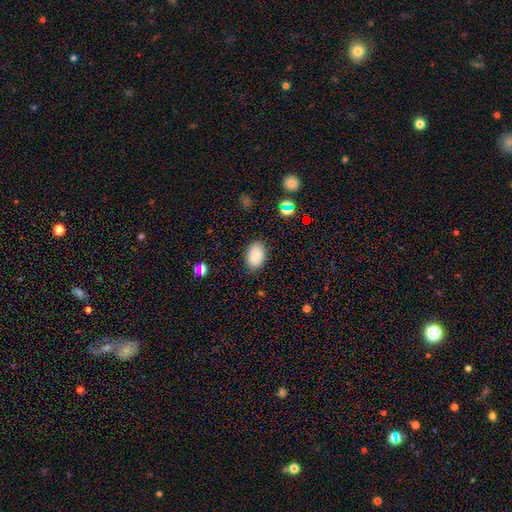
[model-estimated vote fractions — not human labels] Overall: smooth (86%). How rounded: in between (87%). Merging: none (85%).